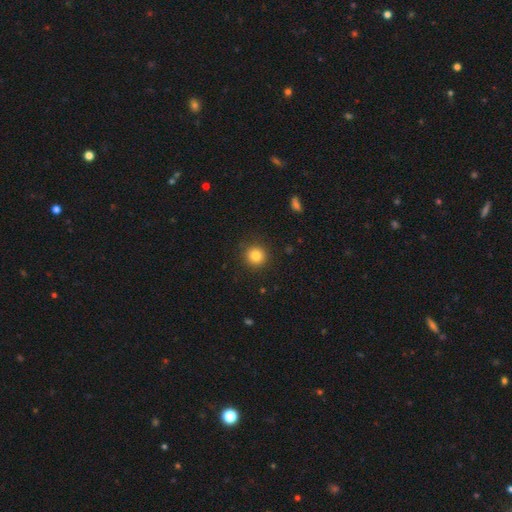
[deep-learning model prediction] This is clearly a smooth galaxy (83%). How rounded: clearly round (94%). Merging: clearly none (91%).